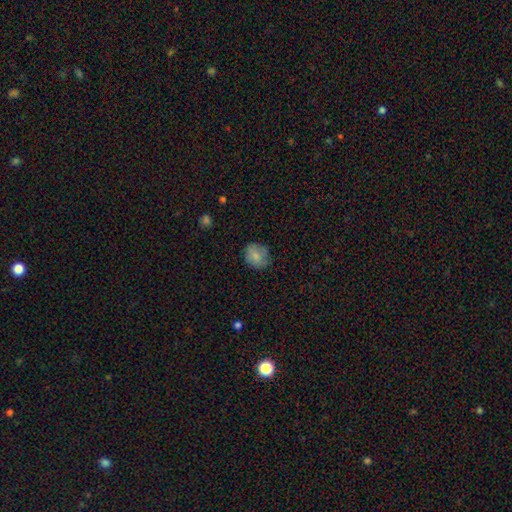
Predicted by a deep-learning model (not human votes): smooth-or-featured: smooth: 81% | featured or disk: 10% | star or artifact: 8%
  how-rounded: round: 66% | in between: 33% | cigar-shaped: 1%
  merging: none: 75% | minor disturbance: 19% | major disturbance: 5% | merger: 1%